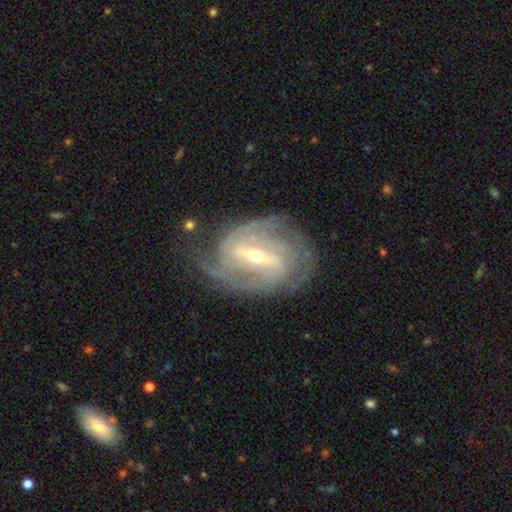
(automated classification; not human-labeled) Smooth or featured? Predicted: featured or disk (p=0.91). Edge-on disk? Predicted: no (p=0.96). Bar? Predicted: strong (p=0.58). Spiral arms? Predicted: yes (p=0.97). Spiral winding? Predicted: tight (p=0.56). Spiral arm count? Predicted: 2 (p=0.34). Bulge size? Predicted: small (p=0.56). Merging? Predicted: none (p=0.71).